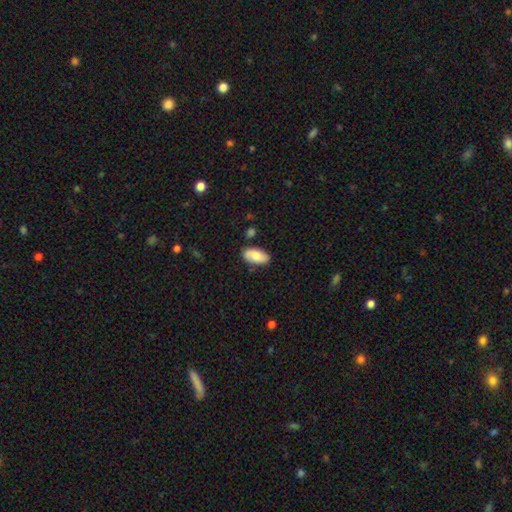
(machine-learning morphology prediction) Smooth or featured? smooth (79%)
How rounded? in between (93%)
Merging? none (80%)